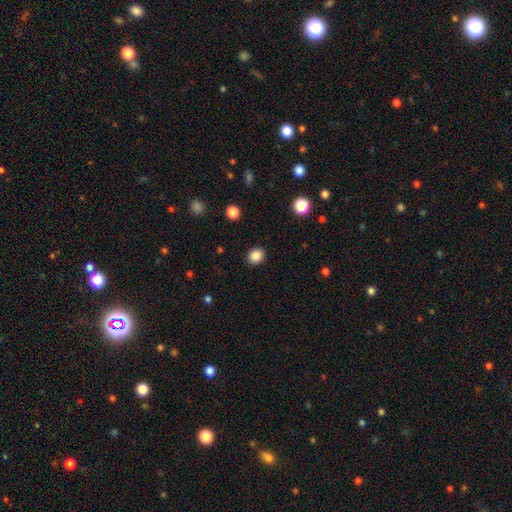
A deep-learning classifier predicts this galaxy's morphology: A smooth galaxy with no disk features (86%) that is round (72%). Merging: none (91%).